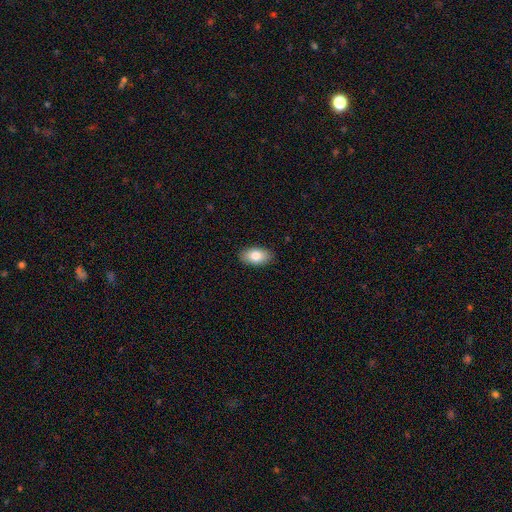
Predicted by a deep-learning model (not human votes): This is clearly a smooth galaxy (82%). How rounded: clearly in between (93%). Merging: clearly none (89%).